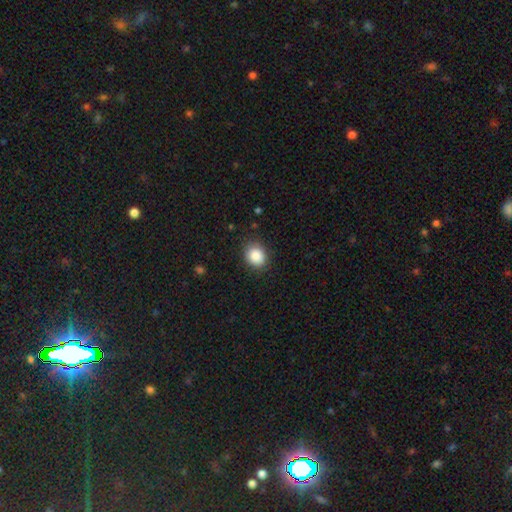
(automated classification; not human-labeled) Smooth or featured?
  - smooth: 87% *
  - star or artifact: 8%
  - featured or disk: 4%
How rounded?
  - round: 58% *
  - in between: 41%
  - cigar-shaped: 1%
Merging?
  - none: 85% *
  - minor disturbance: 11%
  - major disturbance: 3%
  - merger: 1%